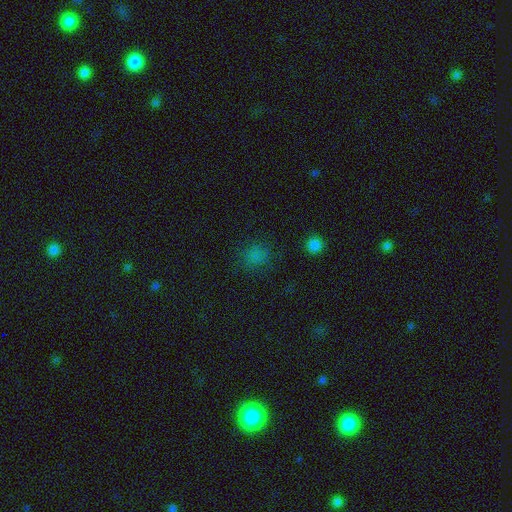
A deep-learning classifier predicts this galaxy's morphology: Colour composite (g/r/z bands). It shows a smooth galaxy with no disk features (73%) that is round (83%). Merging: none (78%).